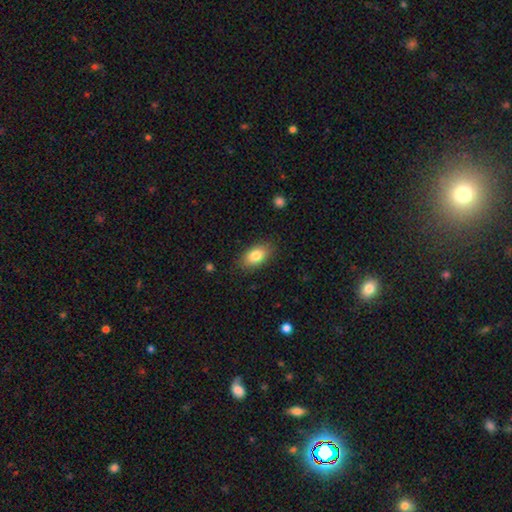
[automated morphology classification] smooth_or_featured: smooth (p=0.82) [alt: featured or disk p=0.10]
how_rounded: in between (p=0.91) [alt: round p=0.07]
merging: none (p=0.85) [alt: minor disturbance p=0.11]